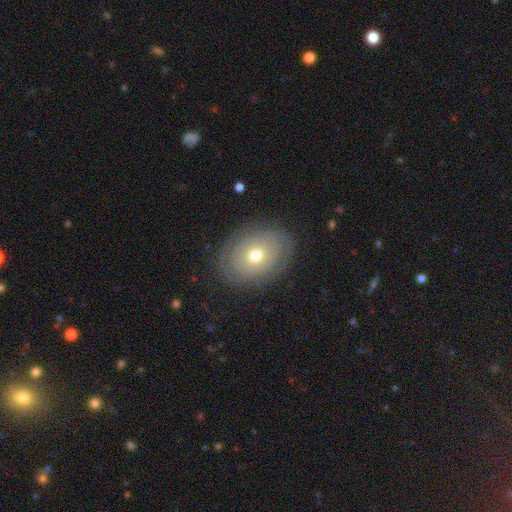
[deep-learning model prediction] Smooth or featured? Predicted: featured or disk (p=0.46, tied with smooth). Merging? Predicted: none (p=0.83).